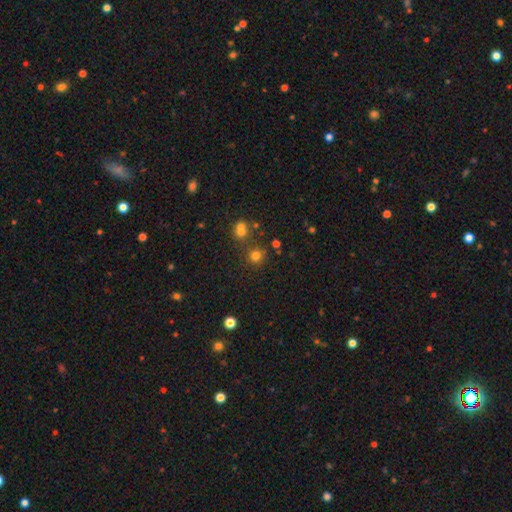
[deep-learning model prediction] smooth_or_featured: smooth (p=0.73) [alt: star or artifact p=0.19]
how_rounded: round (p=0.90) [alt: in between p=0.09]
merging: none (p=0.72) [alt: merger p=0.16]